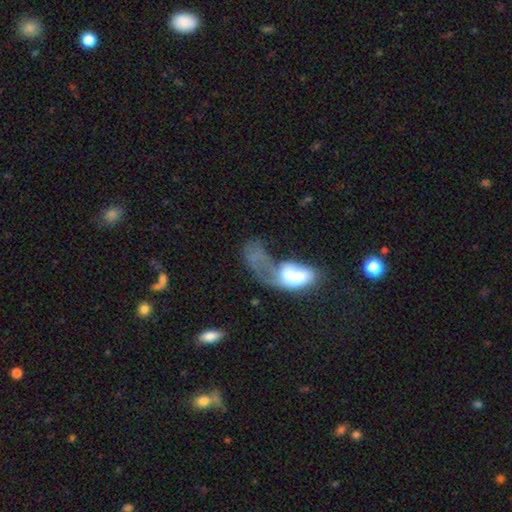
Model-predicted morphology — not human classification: Smooth or featured?
  - smooth: 49% *
  - featured or disk: 40%
  - star or artifact: 10%
Merging?
  - major disturbance: 52% *
  - merger: 28%
  - none: 11%
  - minor disturbance: 10%